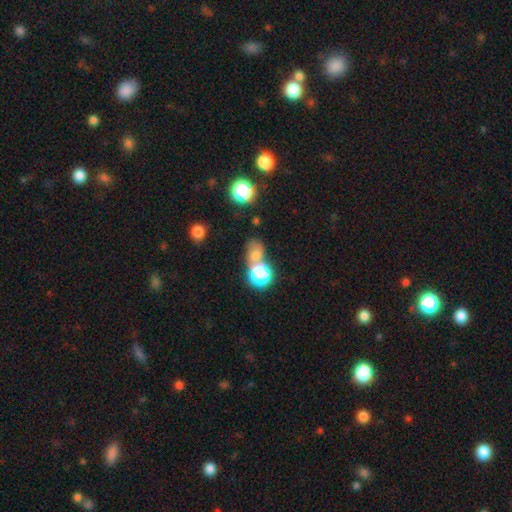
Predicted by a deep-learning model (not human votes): A smooth galaxy with no disk features (60%) that is round (53%). Merging: none (41%).